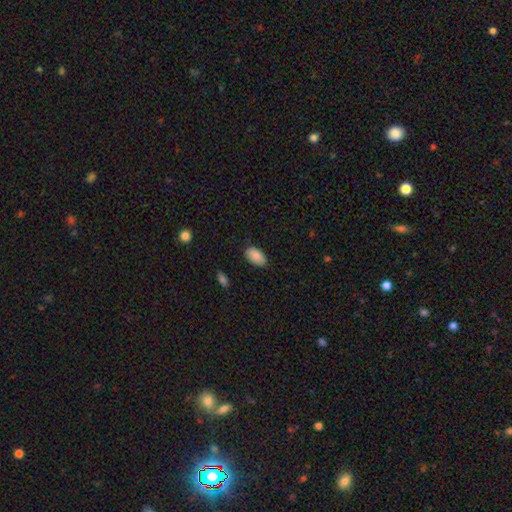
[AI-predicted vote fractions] Smooth or featured? Predicted: smooth (p=0.88). How rounded? Predicted: in between (p=0.94). Merging? Predicted: none (p=0.83).